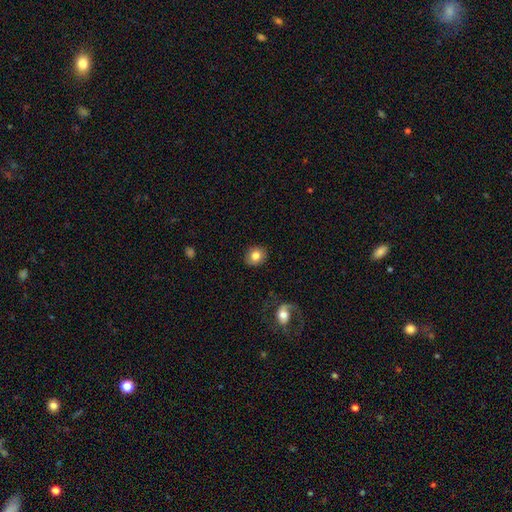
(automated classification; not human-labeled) Overall: smooth (79%). How rounded: round (65%; in between 34%). Merging: none (88%).